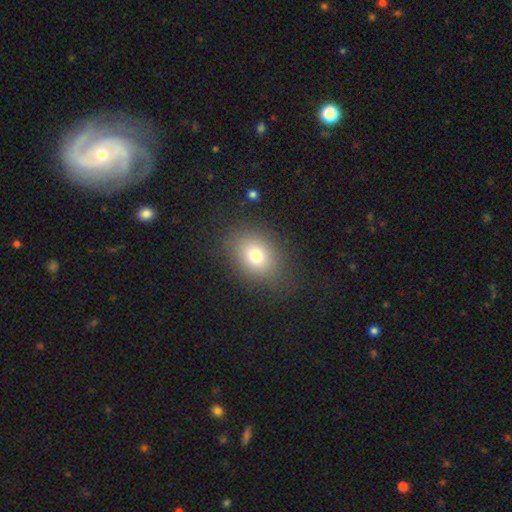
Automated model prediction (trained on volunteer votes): Smooth or featured? Predicted: smooth (p=0.76). How rounded? Predicted: in between (p=0.65). Merging? Predicted: none (p=0.78).